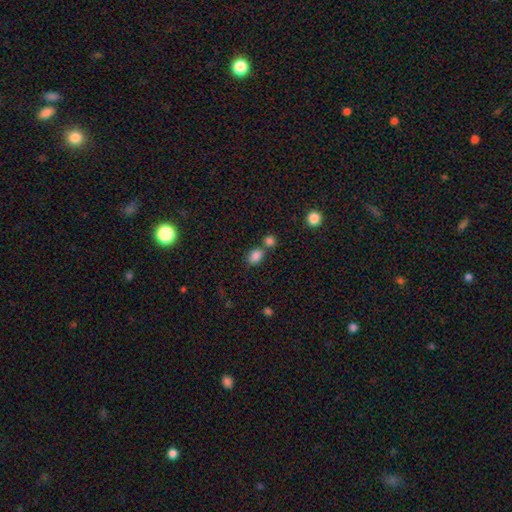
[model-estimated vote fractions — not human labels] The model was most divided on "merging": none: 56%, merger: 29%, minor disturbance: 11%, major disturbance: 4%. More confident: smooth or featured — smooth (84%); how rounded — in between (73%).